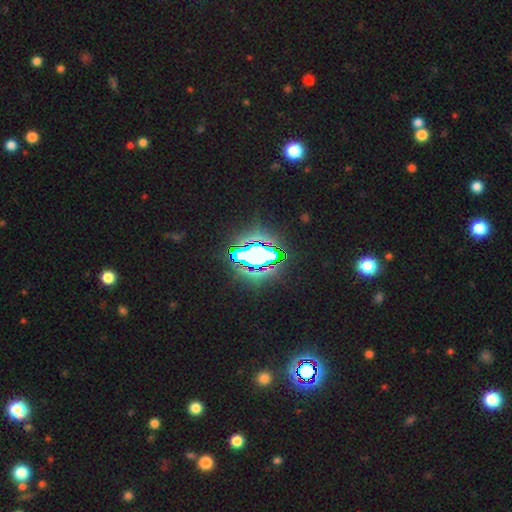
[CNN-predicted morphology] This appears to be a star or artifact, not a galaxy (78%).